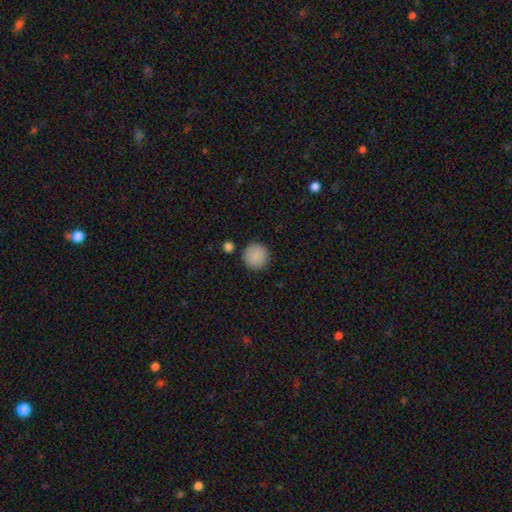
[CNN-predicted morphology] smooth_or_featured: smooth (p=0.88) [alt: star or artifact p=0.08]
how_rounded: round (p=0.94) [alt: in between p=0.05]
merging: none (p=0.86) [alt: minor disturbance p=0.08]